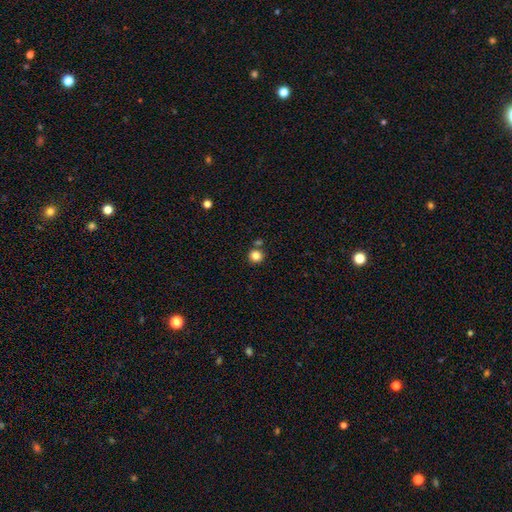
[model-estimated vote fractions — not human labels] A smooth galaxy with no disk features (83%) that is round (93%).

Vote fractions:
- Smooth or featured? smooth: 83% / star or artifact: 12% / featured or disk: 5%
- How rounded? round: 93% / in between: 6% / cigar-shaped: 1%
- Merging? none: 80% / merger: 11% / minor disturbance: 7% / major disturbance: 2%